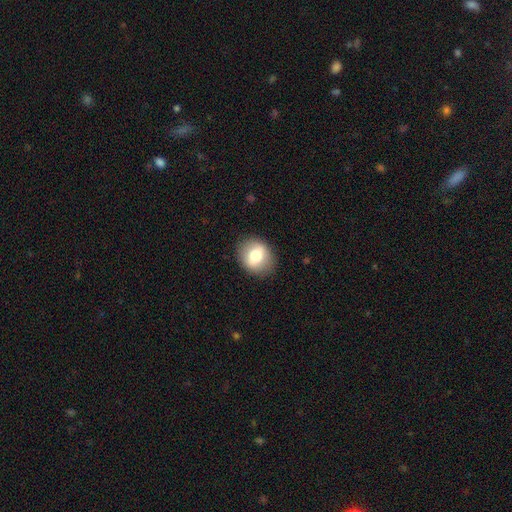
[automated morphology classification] Overall: smooth (68%). How rounded: round (54%; in between 45%). Merging: none (86%).